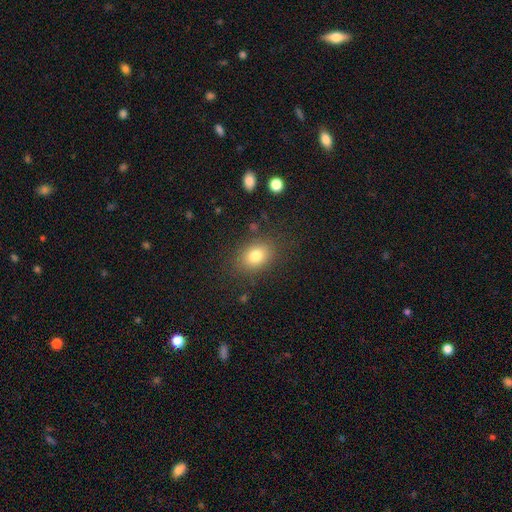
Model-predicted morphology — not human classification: type=smooth (78%); roundness=in between (66%); merging=none (83%).